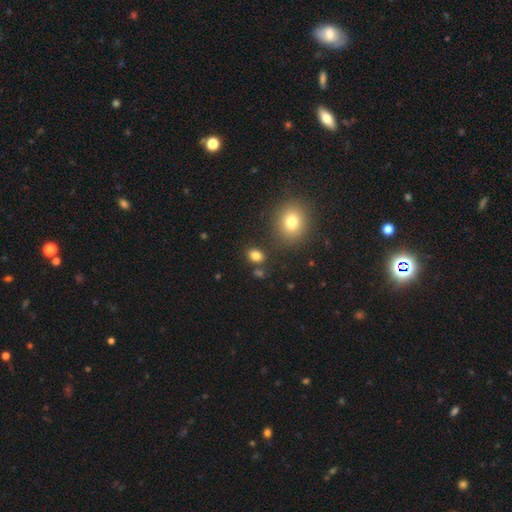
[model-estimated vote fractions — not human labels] A smooth galaxy with no disk features (82%) that is in between round and cigar-shaped (70%).

Vote fractions:
- Smooth or featured? smooth: 82% / star or artifact: 13% / featured or disk: 5%
- How rounded? in between: 70% / round: 29% / cigar-shaped: 1%
- Merging? none: 80% / minor disturbance: 10% / merger: 7% / major disturbance: 3%